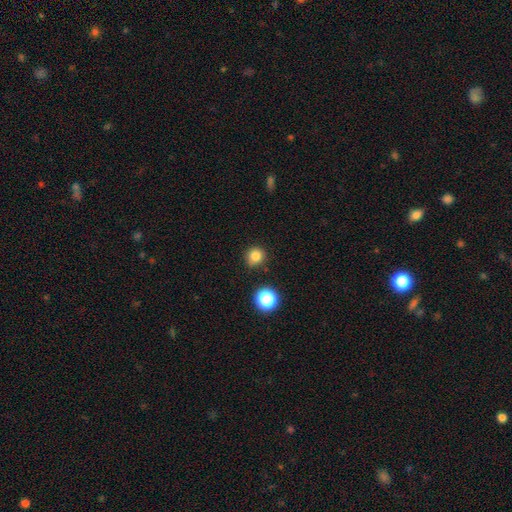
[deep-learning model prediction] Q: Smooth or featured?
A: smooth (81%); runner-up: star or artifact (14%)
Q: How rounded?
A: round (90%); runner-up: in between (9%)
Q: Merging?
A: none (85%); runner-up: minor disturbance (10%)